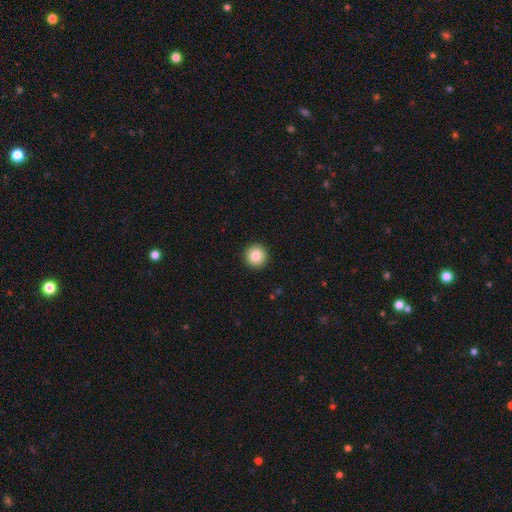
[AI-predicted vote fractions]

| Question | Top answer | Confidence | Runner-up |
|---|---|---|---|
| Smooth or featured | smooth | 85% | star or artifact (9%) |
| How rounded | round | 96% | in between (3%) |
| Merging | none | 93% | minor disturbance (4%) |